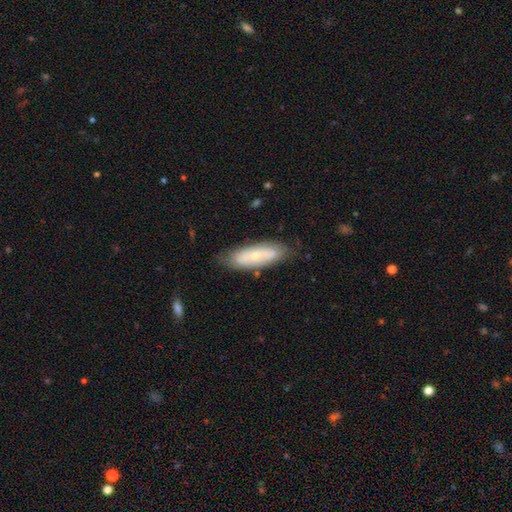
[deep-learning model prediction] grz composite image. It shows a smooth galaxy with no disk features (51%) that is in between round and cigar-shaped (61%). Merging: none (77%).